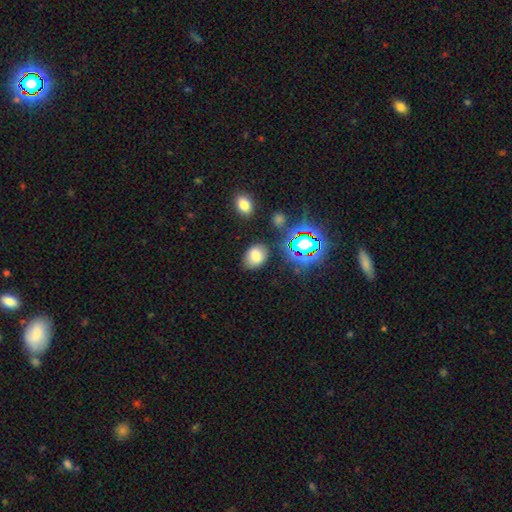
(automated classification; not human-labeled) Morphology: type=smooth (74%); roundness=in between (68%); merging=none (78%).